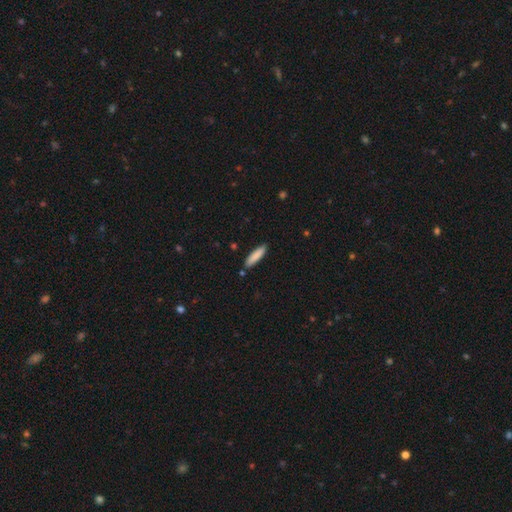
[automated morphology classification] smooth 86%, featured or disk 9%, star or artifact 6%. Down the decision tree: how rounded — cigar-shaped (76%); merging — none (86%).